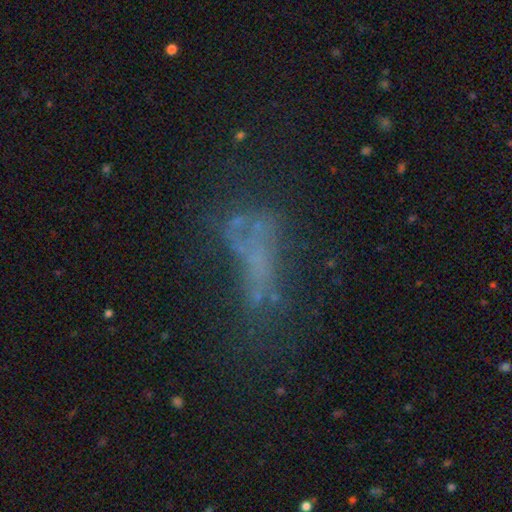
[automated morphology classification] A featured or disk galaxy (39%). Merging: none (36%).